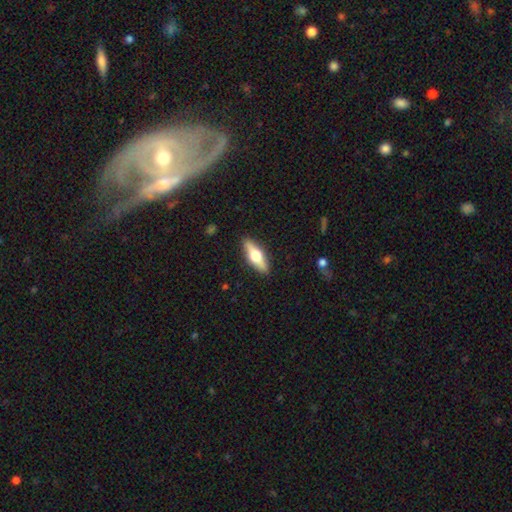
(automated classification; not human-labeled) Smooth or featured? featured or disk (51%)
Edge-on disk? yes (90%)
Merging? none (89%)